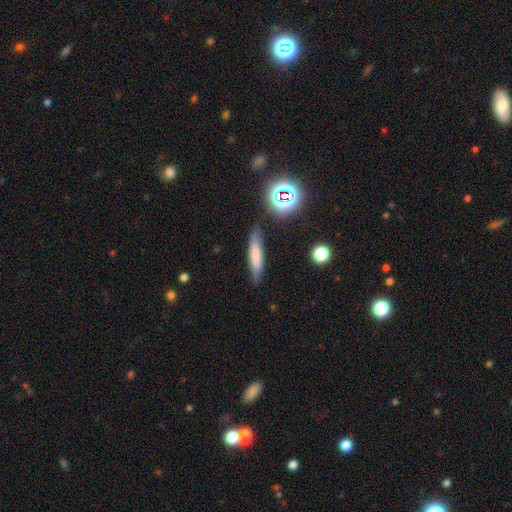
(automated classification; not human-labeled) This appears to be a smooth galaxy with no disk features (69%) that is cigar-shaped (84%). Merging: none (79%).